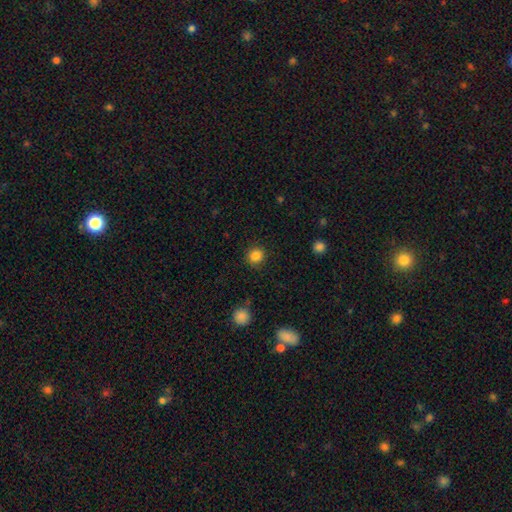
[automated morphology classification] The model was most divided on "smooth or featured": smooth: 85%, star or artifact: 11%, featured or disk: 4%. More confident: how rounded — round (91%); merging — none (88%).